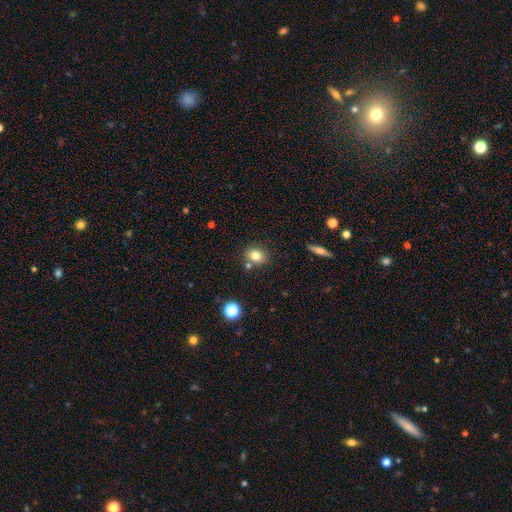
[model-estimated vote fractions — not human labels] Overall: smooth (79%). How rounded: round (58%; in between 41%). Merging: none (76%).